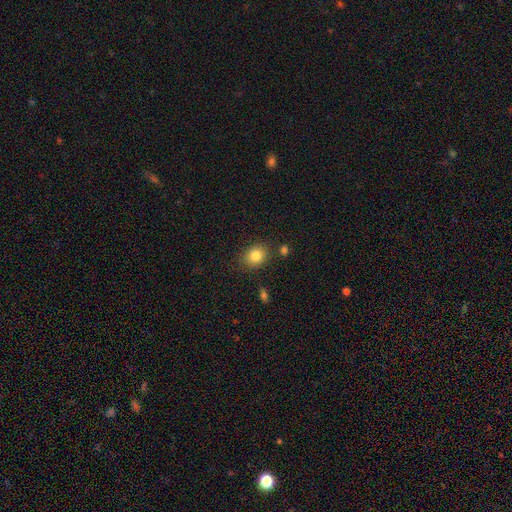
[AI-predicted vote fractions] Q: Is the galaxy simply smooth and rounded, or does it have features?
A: smooth — 83%.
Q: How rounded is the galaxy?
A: round — 61%.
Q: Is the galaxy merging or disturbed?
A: none — 82%.